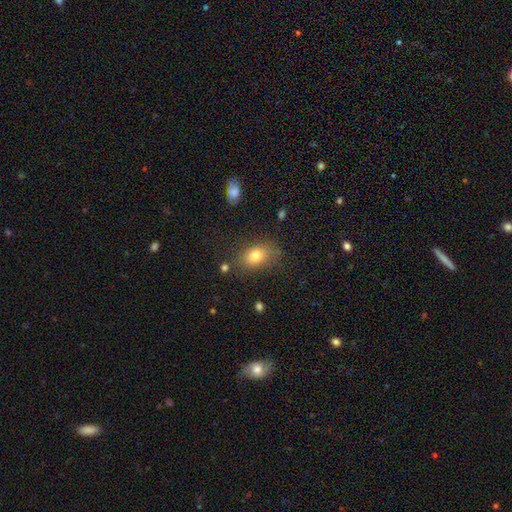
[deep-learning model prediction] Smooth or featured?
  - smooth: 77% *
  - star or artifact: 12%
  - featured or disk: 11%
How rounded?
  - in between: 74% *
  - round: 24%
  - cigar-shaped: 2%
Merging?
  - none: 75% *
  - minor disturbance: 16%
  - major disturbance: 6%
  - merger: 3%